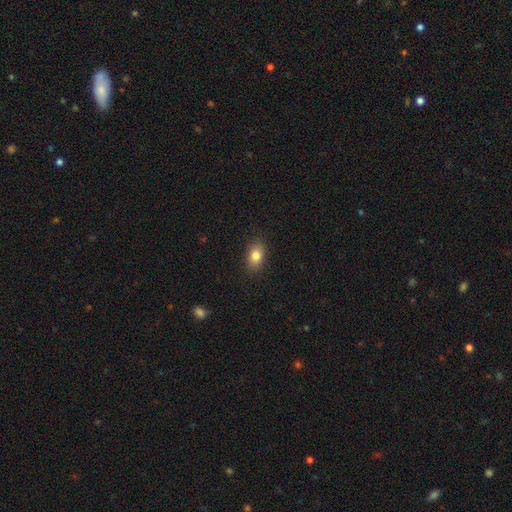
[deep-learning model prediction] The model was most divided on "how rounded": in between: 80%, round: 18%, cigar-shaped: 2%. More confident: merging — none (87%); smooth or featured — smooth (83%).